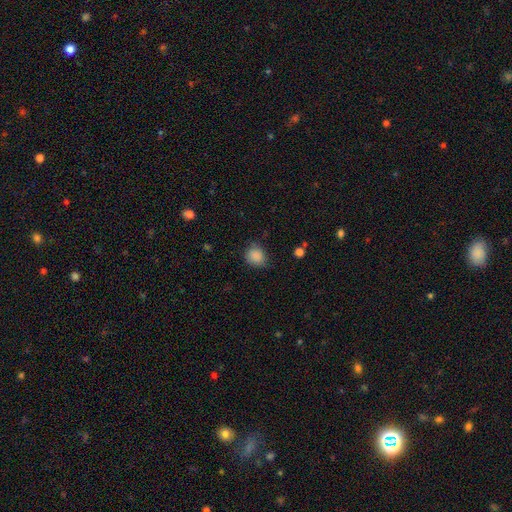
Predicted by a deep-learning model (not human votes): Q: Smooth or featured?
A: smooth (87%); runner-up: star or artifact (9%)
Q: How rounded?
A: round (73%); runner-up: in between (26%)
Q: Merging?
A: none (73%); runner-up: minor disturbance (21%)